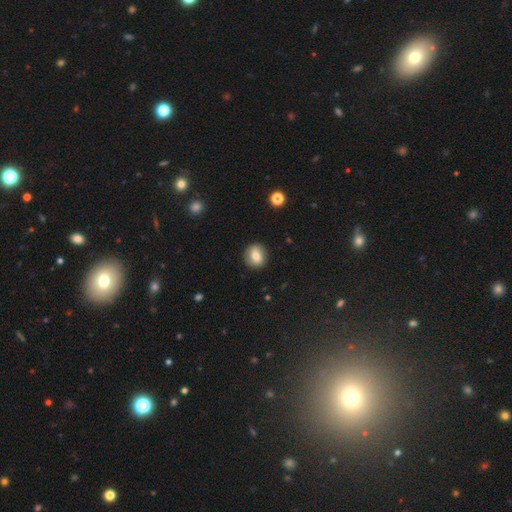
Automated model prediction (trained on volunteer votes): Smooth or featured? Predicted: smooth (p=0.77). How rounded? Predicted: round (p=0.71). Merging? Predicted: none (p=0.86).